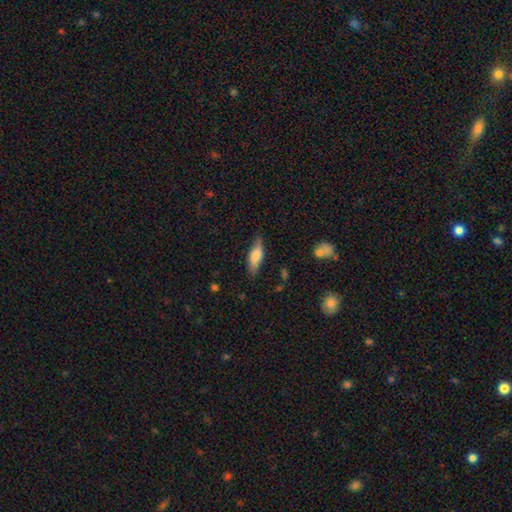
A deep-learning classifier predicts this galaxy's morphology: Smooth or featured: smooth — 67% (featured or disk — 27%)
How rounded: in between — 57% (cigar-shaped — 41%)
Merging: none — 77% (minor disturbance — 18%)